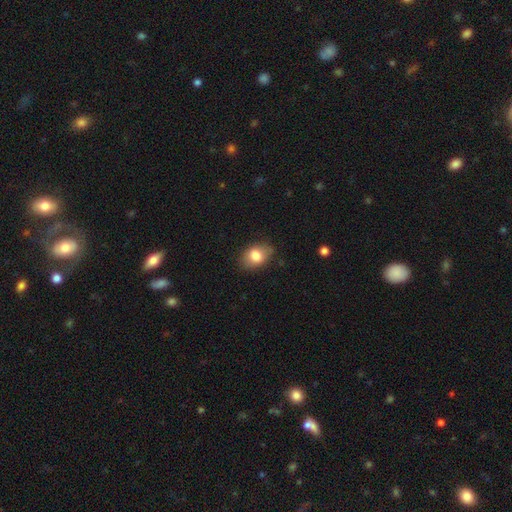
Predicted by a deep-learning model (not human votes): This appears to be a smooth galaxy with no disk features (80%) that is in between round and cigar-shaped (73%). Merging: none (78%).